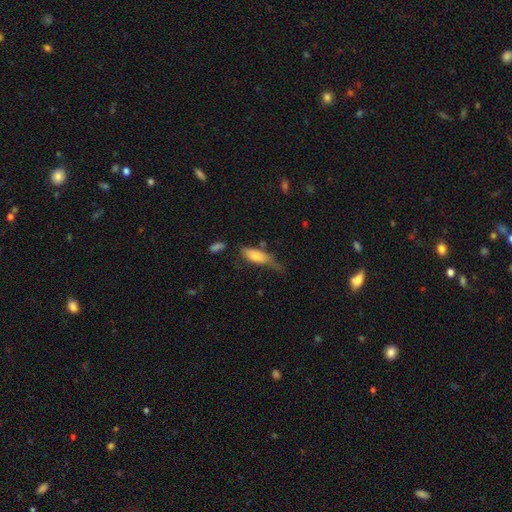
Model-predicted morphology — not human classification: type=smooth (69%); roundness=in between (55%); merging=none (39%).